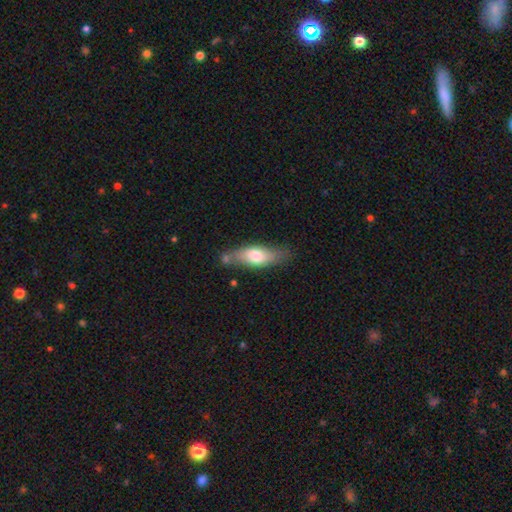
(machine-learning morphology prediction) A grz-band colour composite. It shows a smooth galaxy with no disk features (63%) that is in between round and cigar-shaped (60%). Merging: none (66%).